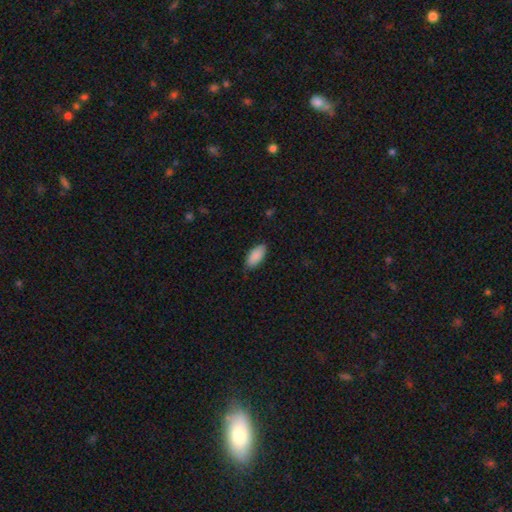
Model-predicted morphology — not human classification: Smooth or featured: smooth — 89% (star or artifact — 6%)
How rounded: in between — 92% (cigar-shaped — 7%)
Merging: none — 79% (minor disturbance — 17%)